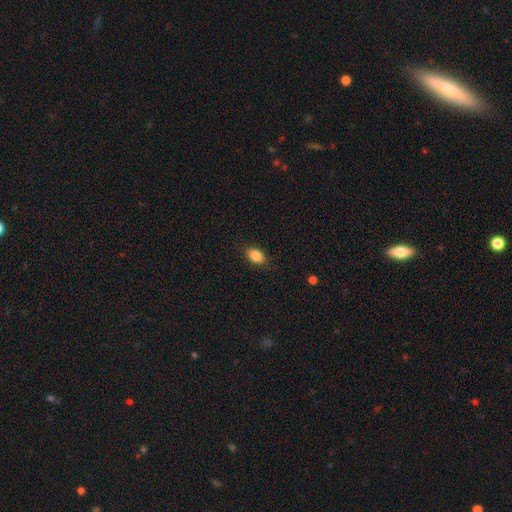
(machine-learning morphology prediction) A smooth galaxy with no disk features (86%) that is in between round and cigar-shaped (84%).

Vote fractions:
- Smooth or featured? smooth: 86% / star or artifact: 8% / featured or disk: 6%
- How rounded? in between: 84% / round: 14% / cigar-shaped: 2%
- Merging? none: 85% / minor disturbance: 11% / major disturbance: 3% / merger: 1%